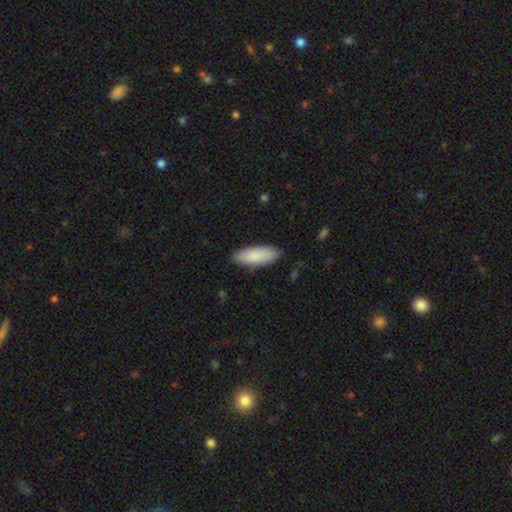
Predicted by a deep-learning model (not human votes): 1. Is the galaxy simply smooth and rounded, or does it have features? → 87% smooth, 8% featured or disk, 5% star or artifact.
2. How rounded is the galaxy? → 66% in between, 33% cigar-shaped, 1% round.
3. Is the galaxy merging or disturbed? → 87% none, 10% minor disturbance, 2% major disturbance, 1% merger.